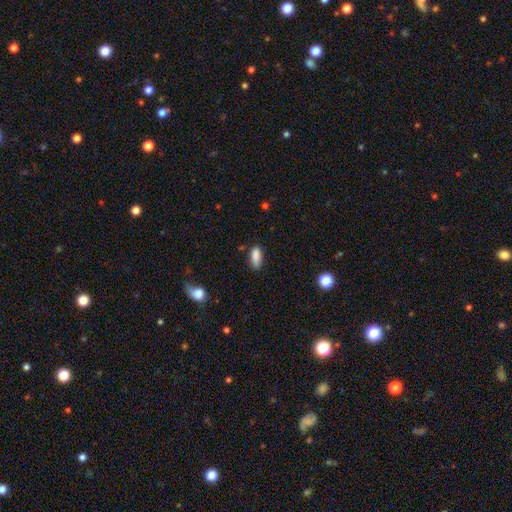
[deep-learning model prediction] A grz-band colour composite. It shows a smooth galaxy with no disk features (88%) that is in between round and cigar-shaped (83%). Merging: none (75%).